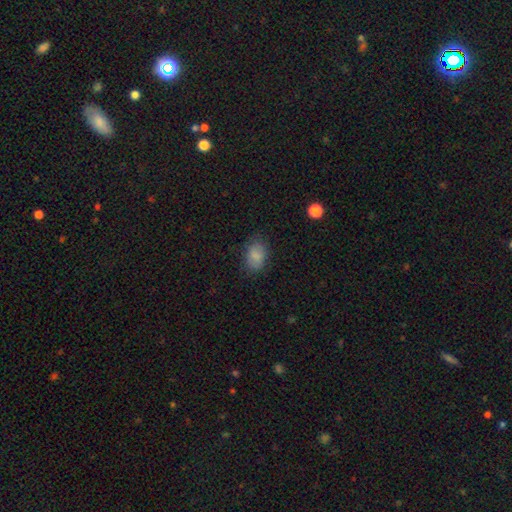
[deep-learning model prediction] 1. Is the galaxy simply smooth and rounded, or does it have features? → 84% smooth, 9% star or artifact, 7% featured or disk.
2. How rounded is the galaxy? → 82% in between, 17% round, 1% cigar-shaped.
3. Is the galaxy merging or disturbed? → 76% none, 18% minor disturbance, 5% major disturbance, 1% merger.